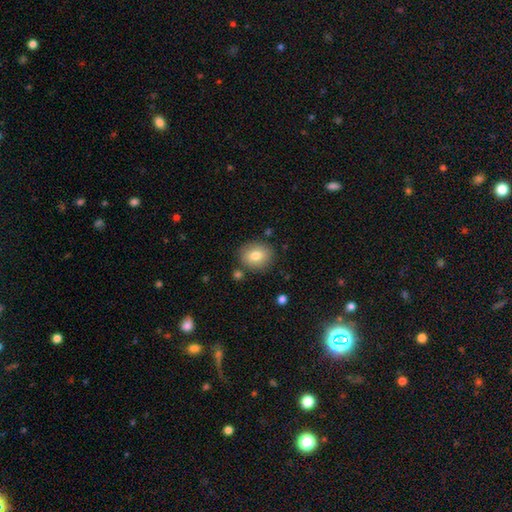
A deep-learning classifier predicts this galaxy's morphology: Smooth or featured?
  - smooth: 78% *
  - featured or disk: 13%
  - star or artifact: 9%
How rounded?
  - round: 65% *
  - in between: 34%
  - cigar-shaped: 1%
Merging?
  - none: 83% *
  - minor disturbance: 10%
  - merger: 4%
  - major disturbance: 3%